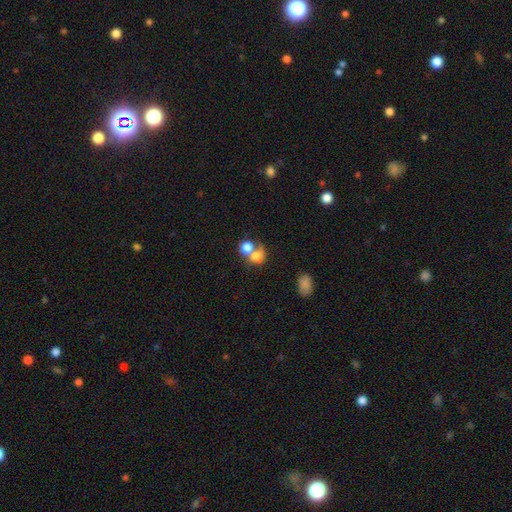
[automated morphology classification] A smooth galaxy with no disk features (71%) that is round (64%). Merging: merger (59%).